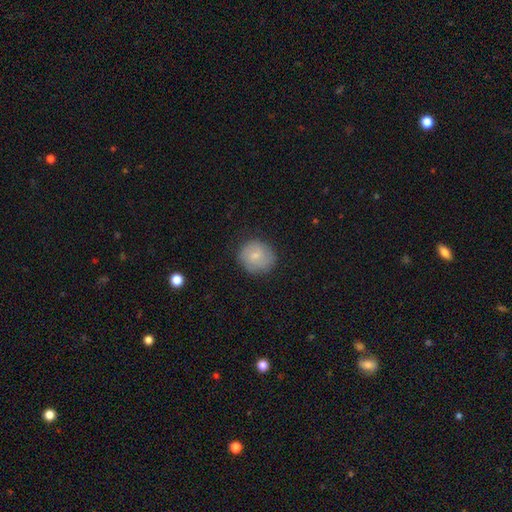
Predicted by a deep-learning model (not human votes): A smooth galaxy with no disk features (73%) that is round (87%).

Vote fractions:
- Smooth or featured? smooth: 73% / featured or disk: 20% / star or artifact: 8%
- How rounded? round: 87% / in between: 12% / cigar-shaped: 1%
- Merging? none: 80% / minor disturbance: 15% / major disturbance: 4% / merger: 1%